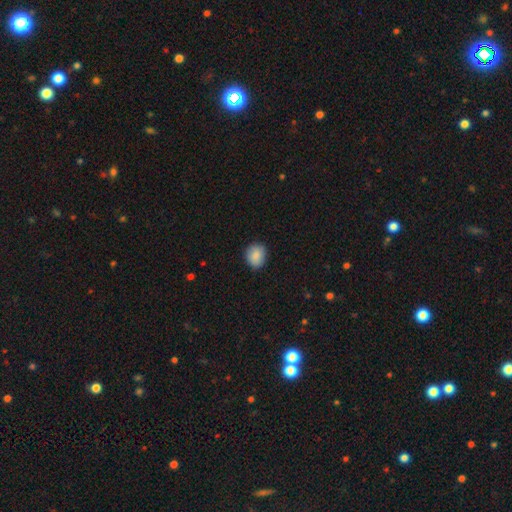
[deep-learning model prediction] smooth-or-featured: smooth: 88% | star or artifact: 7% | featured or disk: 5%
  how-rounded: round: 73% | in between: 26% | cigar-shaped: 1%
  merging: none: 88% | minor disturbance: 9% | major disturbance: 2% | merger: 1%